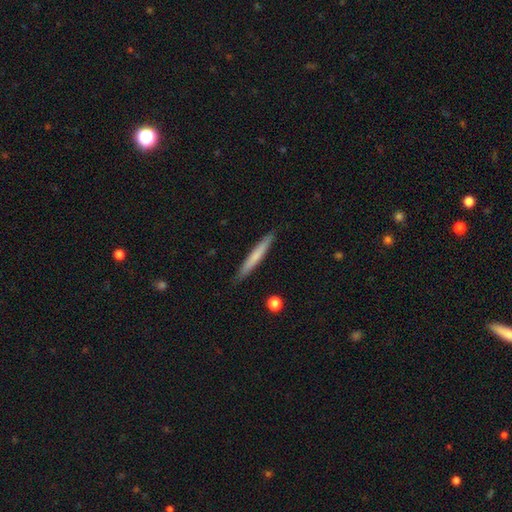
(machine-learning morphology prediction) smooth-or-featured: smooth: 65% | featured or disk: 30% | star or artifact: 6%
  how-rounded: cigar-shaped: 96% | in between: 3% | round: 1%
  merging: none: 90% | minor disturbance: 8% | major disturbance: 1% | merger: 1%